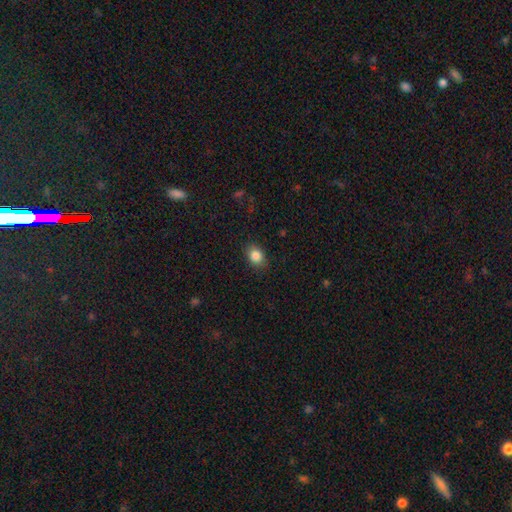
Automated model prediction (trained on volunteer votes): Smooth or featured: smooth — 85% (star or artifact — 9%)
How rounded: in between — 63% (round — 36%)
Merging: none — 86% (minor disturbance — 10%)